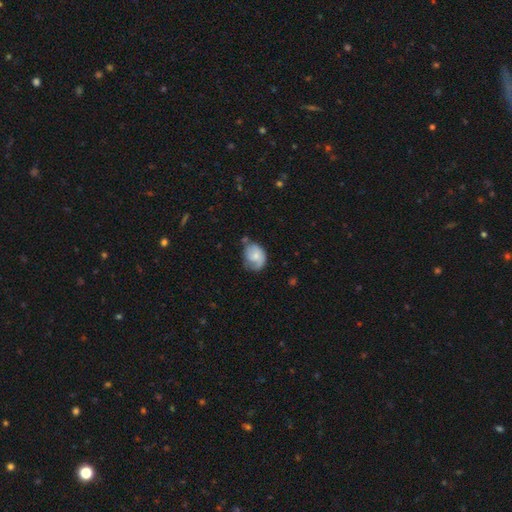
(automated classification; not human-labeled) smooth-or-featured: smooth: 57% | featured or disk: 36% | star or artifact: 7%
  how-rounded: in between: 57% | round: 42% | cigar-shaped: 1%
  merging: none: 41% | minor disturbance: 38% | major disturbance: 16% | merger: 5%